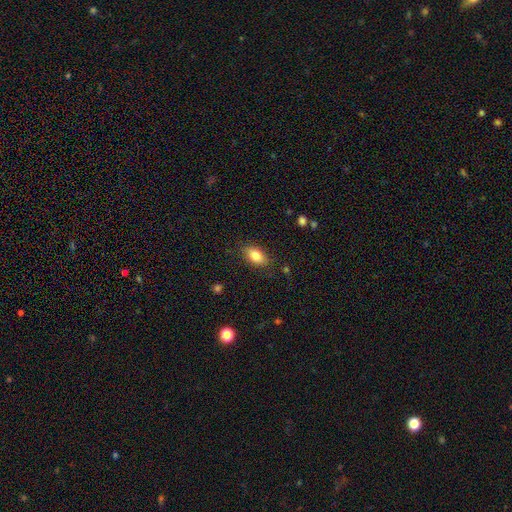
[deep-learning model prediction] The model was most divided on "smooth or featured": smooth: 80%, featured or disk: 12%, star or artifact: 8%. More confident: how rounded — in between (87%); merging — none (83%).